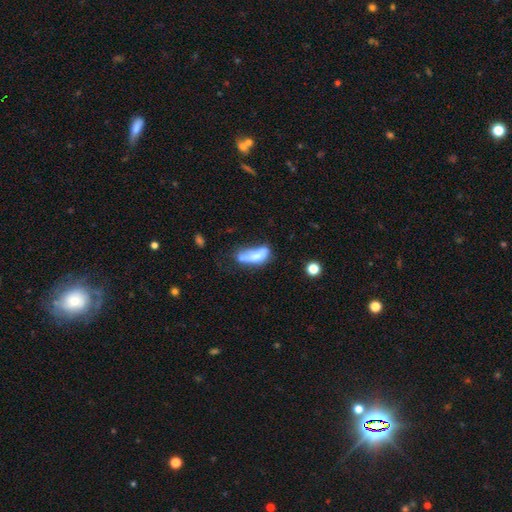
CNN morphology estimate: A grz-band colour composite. It shows a smooth galaxy with no disk features (66%) that is in between round and cigar-shaped (61%). Merging: none (29%).